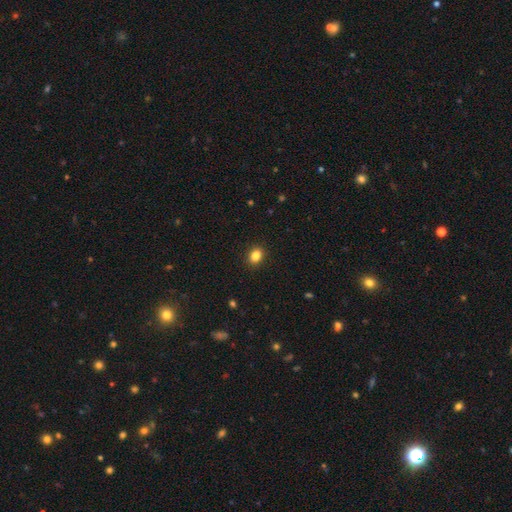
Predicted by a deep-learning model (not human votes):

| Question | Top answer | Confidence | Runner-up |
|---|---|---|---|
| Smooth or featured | smooth | 85% | star or artifact (10%) |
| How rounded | in between | 56% | round (43%) |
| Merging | none | 91% | minor disturbance (7%) |